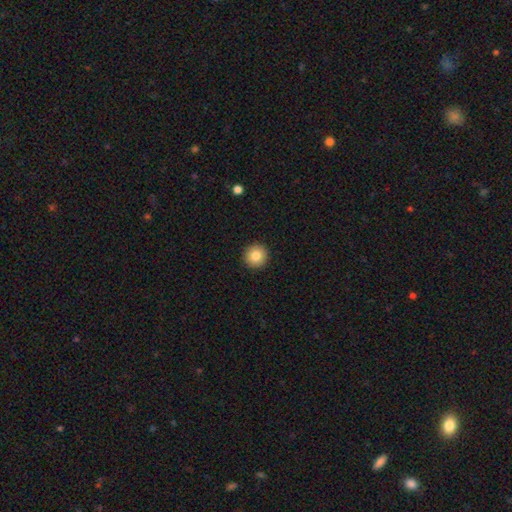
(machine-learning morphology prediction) Overall: smooth (83%). How rounded: round (95%). Merging: none (93%).